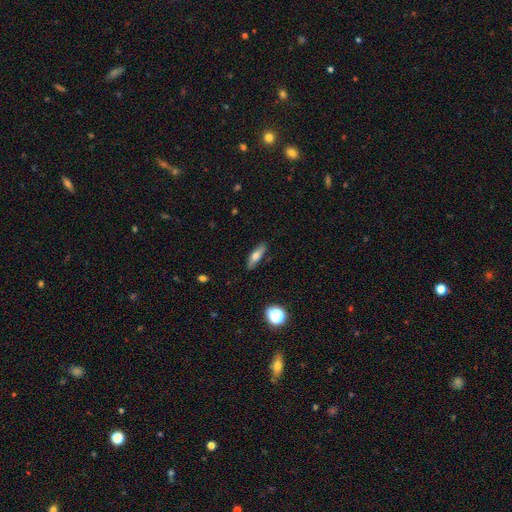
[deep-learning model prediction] smooth 67%, featured or disk 25%, star or artifact 8%. Down the decision tree: how rounded — cigar-shaped (51%); merging — none (84%).